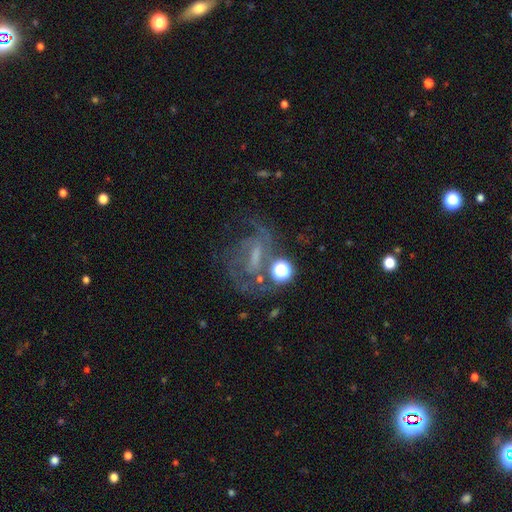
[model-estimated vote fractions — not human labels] Smooth or featured? featured or disk (69%)
Edge-on disk? no (95%)
Bar? weak (40%)
Spiral arms? yes (81%)
Spiral winding? medium (46%)
Spiral arm count? 2 (44%)
Bulge size? none (36%)
Merging? none (49%)